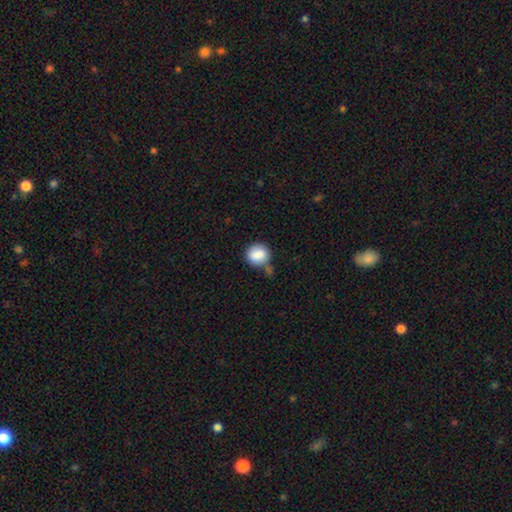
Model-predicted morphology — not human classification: smooth 85%, star or artifact 8%, featured or disk 7%. Down the decision tree: how rounded — round (78%); merging — none (54%).